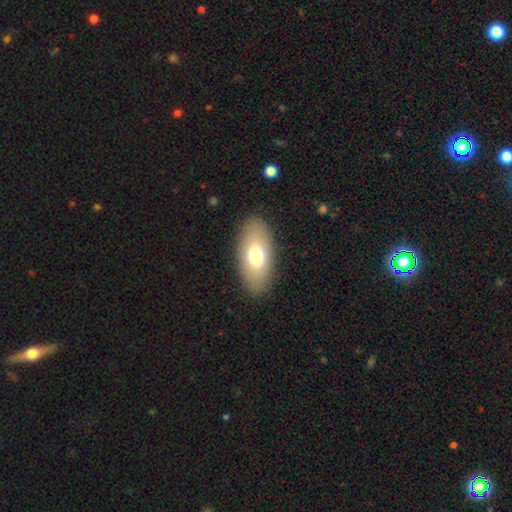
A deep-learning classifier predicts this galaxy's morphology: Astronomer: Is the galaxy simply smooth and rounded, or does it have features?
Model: smooth — 73%.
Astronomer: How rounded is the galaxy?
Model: in between — 91%.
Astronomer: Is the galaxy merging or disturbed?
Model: none — 87%.